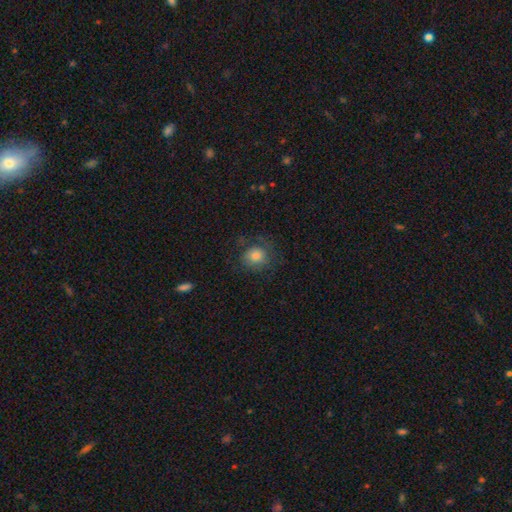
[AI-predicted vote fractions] smooth 72%, featured or disk 18%, star or artifact 11%. Down the decision tree: how rounded — round (80%); merging — none (67%).